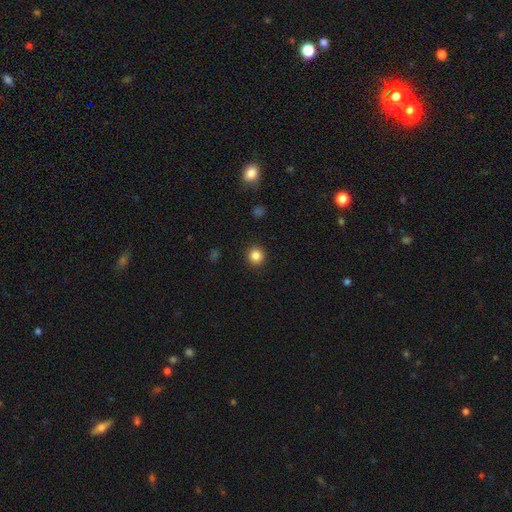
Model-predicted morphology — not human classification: smooth 85%, star or artifact 11%, featured or disk 4%. Down the decision tree: how rounded — round (94%); merging — none (92%).